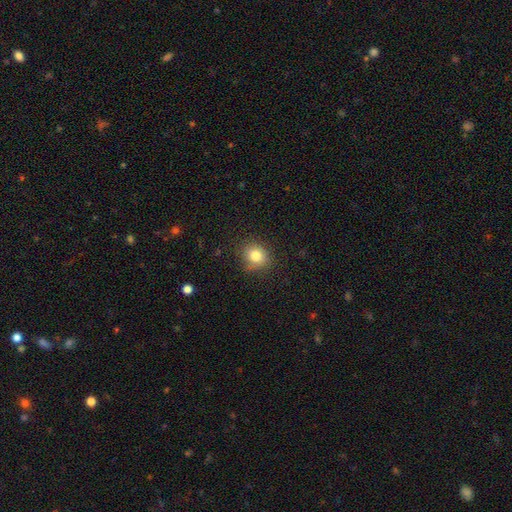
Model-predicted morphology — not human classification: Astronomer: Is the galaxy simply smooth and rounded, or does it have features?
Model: smooth — 81%.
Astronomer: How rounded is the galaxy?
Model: round — 74%.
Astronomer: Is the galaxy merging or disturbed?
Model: none — 80%.